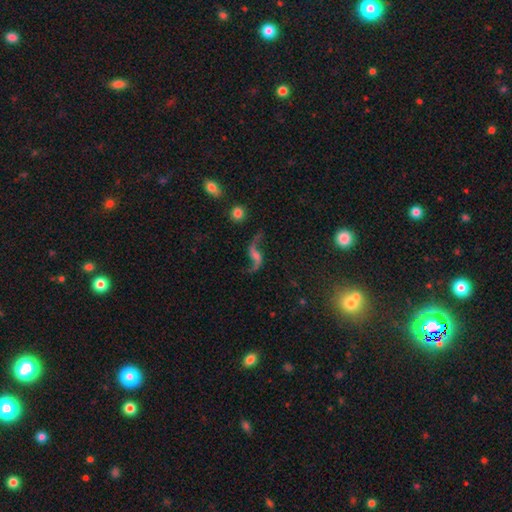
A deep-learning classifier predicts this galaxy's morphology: Smooth or featured? Predicted: featured or disk (p=0.87). Edge-on disk? Predicted: no (p=0.96). Bar? Predicted: no (p=0.45). Spiral arms? Predicted: yes (p=0.96). Spiral winding? Predicted: loose (p=0.94). Spiral arm count? Predicted: 2 (p=0.94). Bulge size? Predicted: small (p=0.38). Merging? Predicted: none (p=0.73).